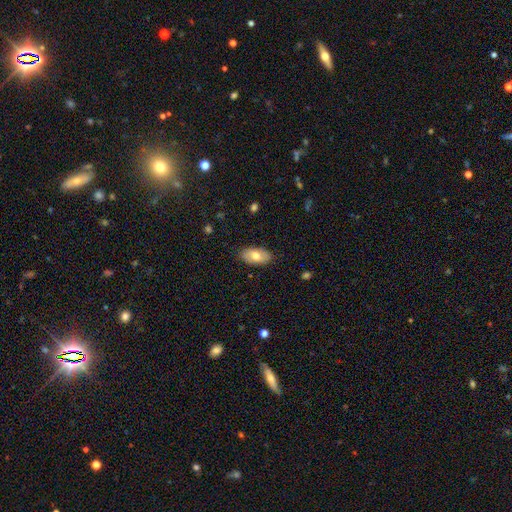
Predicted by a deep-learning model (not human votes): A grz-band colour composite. It shows a smooth galaxy with no disk features (70%) that is in between round and cigar-shaped (94%). Merging: none (86%).